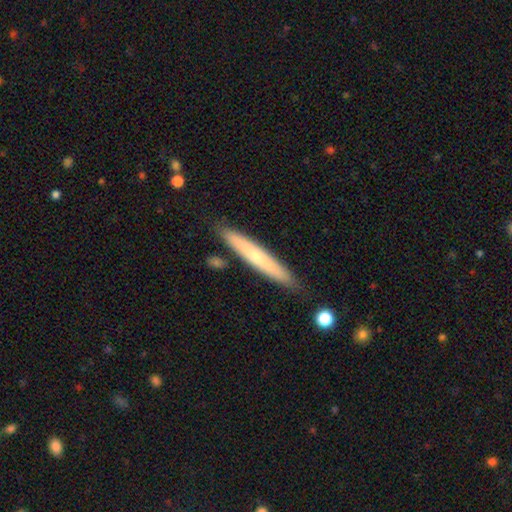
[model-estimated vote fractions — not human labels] smooth 54%, featured or disk 41%, star or artifact 6%. Down the decision tree: how rounded — cigar-shaped (93%); merging — none (86%).